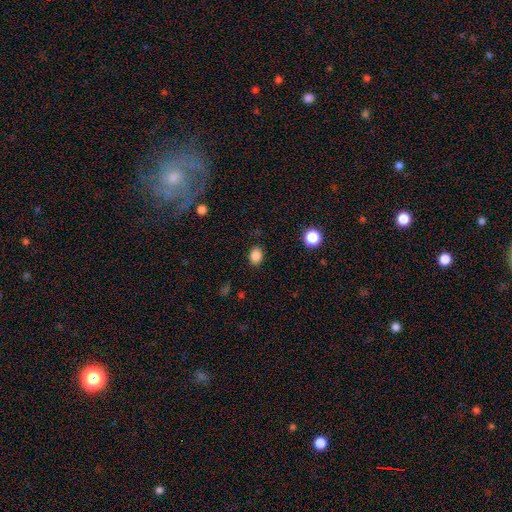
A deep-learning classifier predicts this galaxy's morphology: Smooth or featured? smooth (86%)
How rounded? in between (61%)
Merging? none (86%)